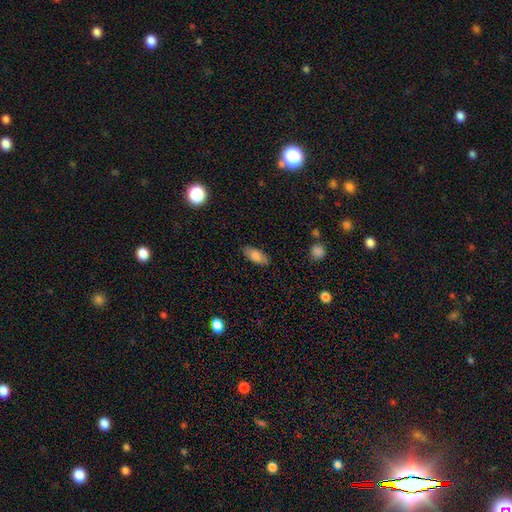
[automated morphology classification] This is clearly a smooth galaxy (82%). How rounded: clearly in between (82%). Merging: clearly none (84%).